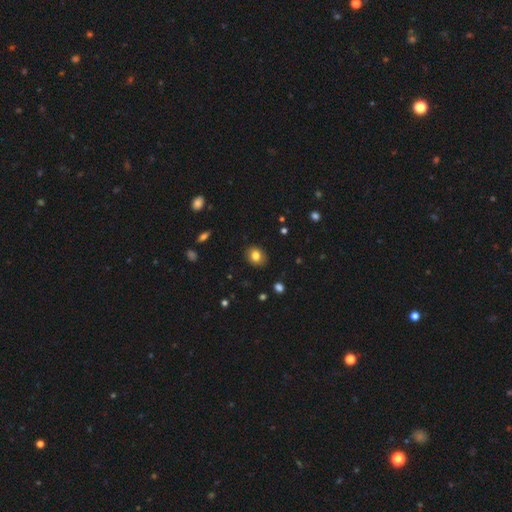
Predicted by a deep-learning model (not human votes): This appears to be a smooth galaxy with no disk features (82%) that is round (56%). Merging: none (88%).